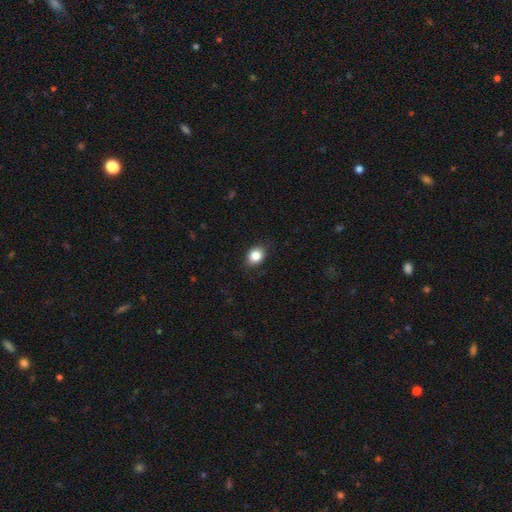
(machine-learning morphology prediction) Smooth or featured? Predicted: smooth (p=0.85). How rounded? Predicted: in between (p=0.56). Merging? Predicted: none (p=0.86).